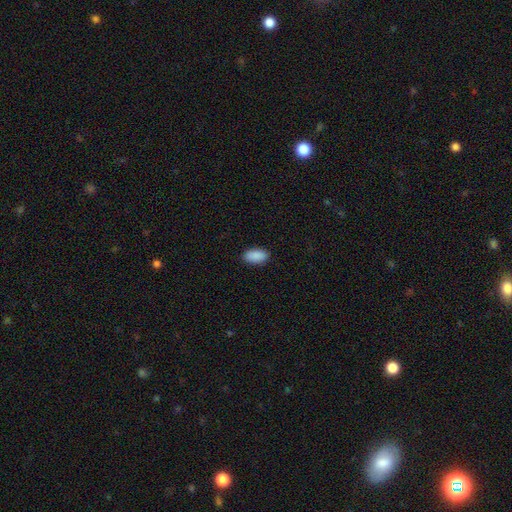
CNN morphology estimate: Overall: smooth (91%). How rounded: in between (94%). Merging: none (89%).